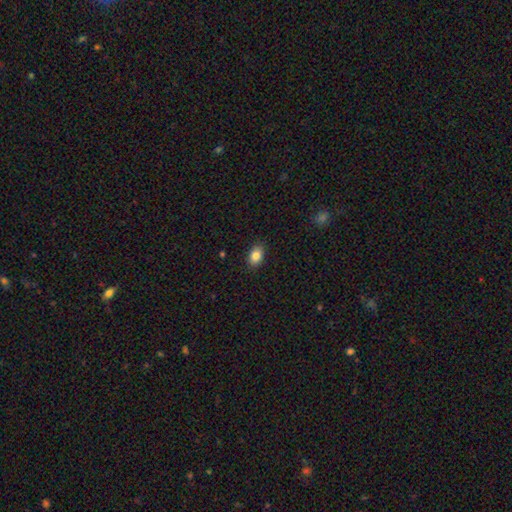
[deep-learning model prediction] Smooth or featured?
  - smooth: 85% *
  - star or artifact: 9%
  - featured or disk: 7%
How rounded?
  - in between: 83% *
  - round: 15%
  - cigar-shaped: 1%
Merging?
  - none: 88% *
  - minor disturbance: 9%
  - major disturbance: 2%
  - merger: 1%